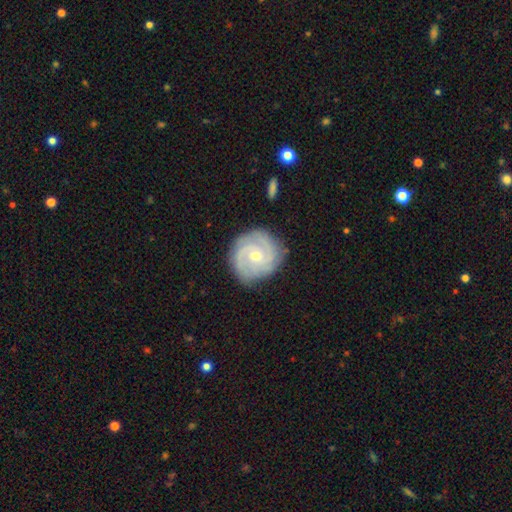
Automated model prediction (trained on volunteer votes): Smooth or featured? featured or disk (86%)
Edge-on disk? no (98%)
Bar? no (66%)
Spiral arms? yes (97%)
Spiral winding? tight (70%)
Spiral arm count? 3 (37%)
Bulge size? small (55%)
Merging? none (82%)